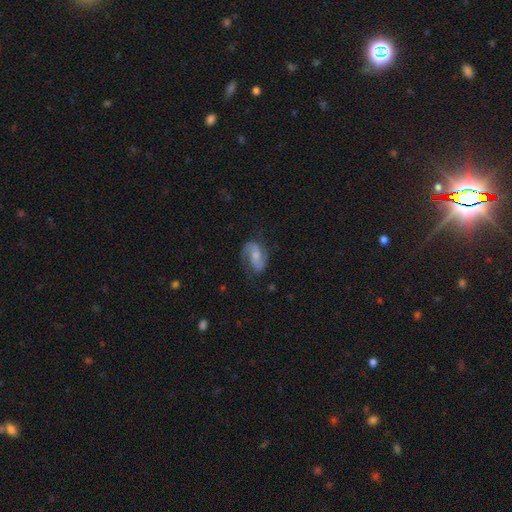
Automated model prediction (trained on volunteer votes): A featured or disk galaxy (73%) with no bar (46%), 2 (86%) medium (46%) spiral arms (94%) and a moderate central bulge (39%). Merging: none (66%).